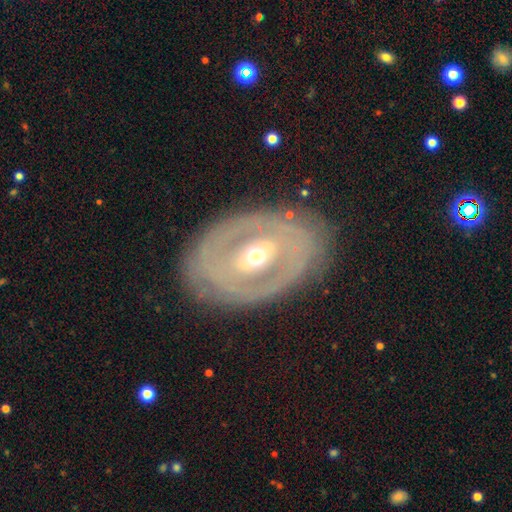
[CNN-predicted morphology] Q: Smooth or featured?
A: featured or disk (77%); runner-up: smooth (17%)
Q: Edge-on disk?
A: no (93%); runner-up: yes (7%)
Q: Bar?
A: weak (36%); runner-up: no (33%)
Q: Spiral arms?
A: no (53%); runner-up: yes (47%)
Q: Bulge size?
A: moderate (54%); runner-up: small (42%)
Q: Merging?
A: none (80%); runner-up: minor disturbance (13%)